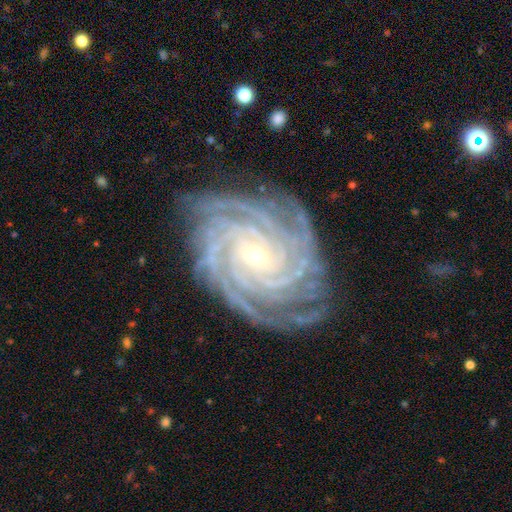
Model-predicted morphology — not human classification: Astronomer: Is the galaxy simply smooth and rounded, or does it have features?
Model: featured or disk — 93%.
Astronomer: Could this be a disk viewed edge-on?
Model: no — 98%.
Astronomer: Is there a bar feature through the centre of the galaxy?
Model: no — 41% (runner-up: weak, 39%).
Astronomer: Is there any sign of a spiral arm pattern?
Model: yes — 99%.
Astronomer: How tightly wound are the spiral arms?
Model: tight — 86%.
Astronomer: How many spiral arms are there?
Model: more than 4 — 33% (runner-up: 4, 29%).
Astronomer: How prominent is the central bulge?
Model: small — 70%.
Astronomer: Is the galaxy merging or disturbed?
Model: none — 83%.